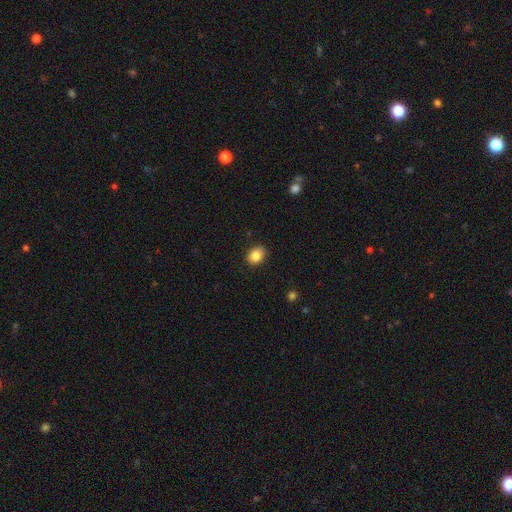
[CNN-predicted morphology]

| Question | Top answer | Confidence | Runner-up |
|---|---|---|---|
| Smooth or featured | smooth | 85% | star or artifact (9%) |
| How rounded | in between | 53% | round (46%) |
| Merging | none | 86% | minor disturbance (11%) |